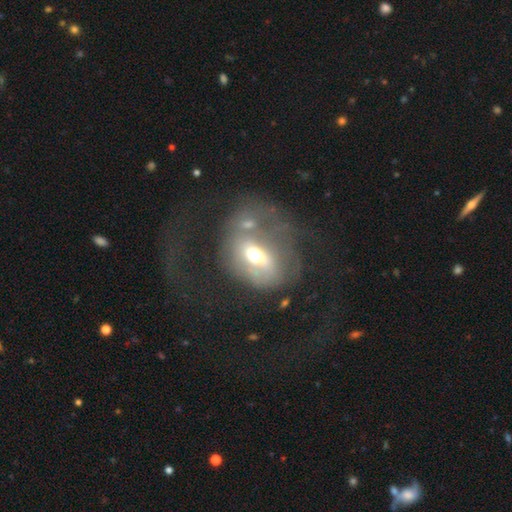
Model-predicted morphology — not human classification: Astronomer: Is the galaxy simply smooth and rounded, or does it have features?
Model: featured or disk — 44% (runner-up: smooth, 43%).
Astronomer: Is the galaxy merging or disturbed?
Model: major disturbance — 35% (runner-up: none, 26%).